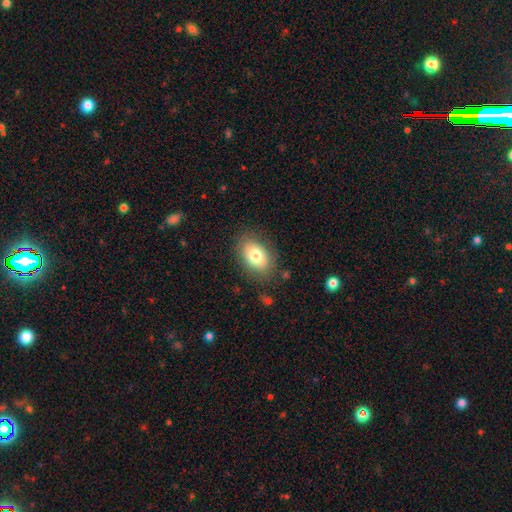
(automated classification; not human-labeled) A smooth galaxy with no disk features (76%) that is in between round and cigar-shaped (84%). Merging: none (81%).